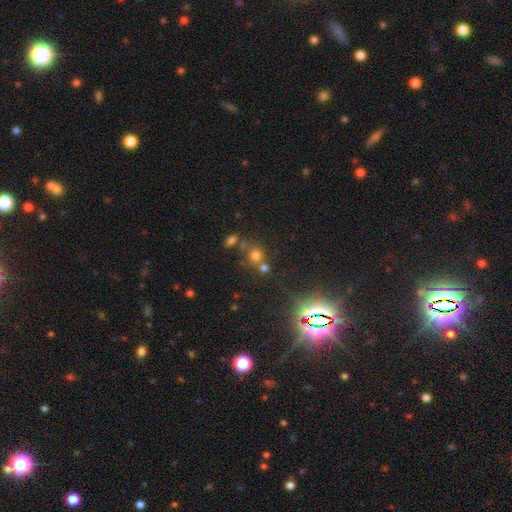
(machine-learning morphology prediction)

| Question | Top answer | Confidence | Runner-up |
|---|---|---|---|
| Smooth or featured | smooth | 62% | star or artifact (28%) |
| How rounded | round | 83% | in between (16%) |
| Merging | none | 58% | merger (28%) |